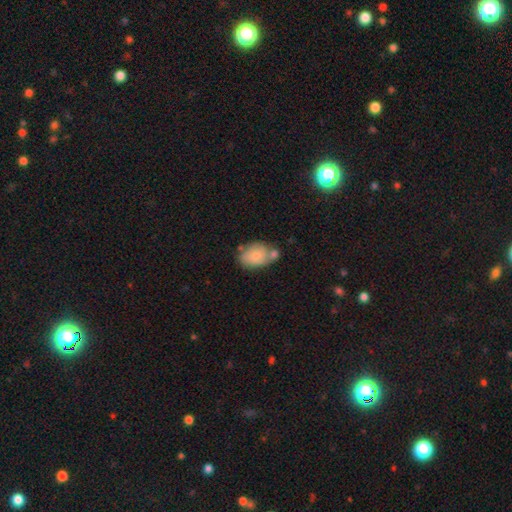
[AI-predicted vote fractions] smooth_or_featured: smooth (p=0.73) [alt: featured or disk p=0.20]
how_rounded: in between (p=0.79) [alt: round p=0.20]
merging: none (p=0.43) [alt: merger p=0.29]